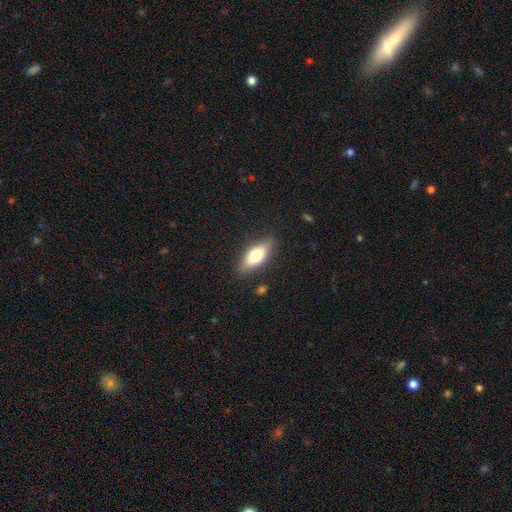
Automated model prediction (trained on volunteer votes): smooth_or_featured: smooth (p=0.69) [alt: featured or disk p=0.24]
how_rounded: in between (p=0.74) [alt: cigar-shaped p=0.23]
merging: none (p=0.84) [alt: minor disturbance p=0.12]